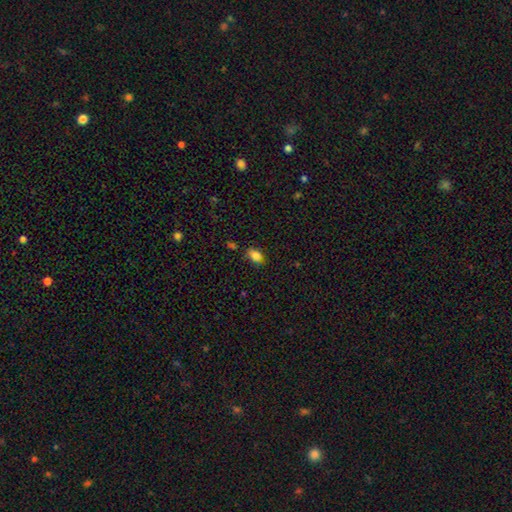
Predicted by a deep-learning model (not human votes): A smooth galaxy with no disk features (84%) that is in between round and cigar-shaped (87%).

Vote fractions:
- Smooth or featured? smooth: 84% / star or artifact: 10% / featured or disk: 6%
- How rounded? in between: 87% / round: 11% / cigar-shaped: 3%
- Merging? none: 75% / minor disturbance: 18% / major disturbance: 4% / merger: 4%